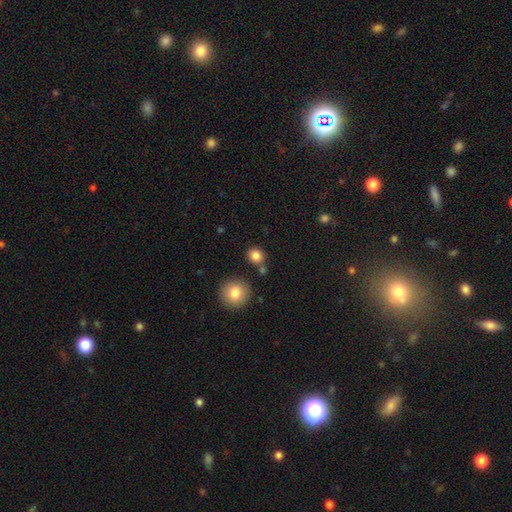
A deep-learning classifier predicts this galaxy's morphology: A smooth galaxy with no disk features (84%) that is round (84%). Merging: none (77%).